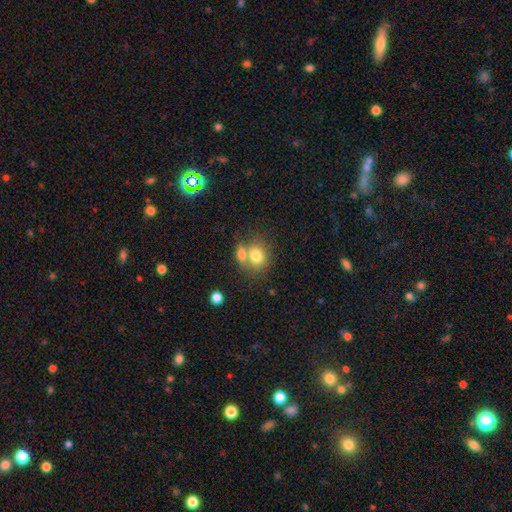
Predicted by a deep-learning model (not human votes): This appears to be a smooth galaxy with no disk features (76%) that is round (53%). Merging: merger (48%).